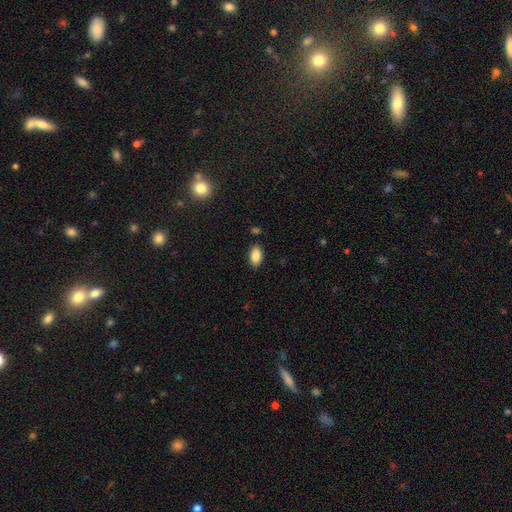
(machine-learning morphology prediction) The model was most divided on "merging": none: 86%, minor disturbance: 10%, major disturbance: 2%, merger: 2%. More confident: how rounded — in between (92%); smooth or featured — smooth (87%).